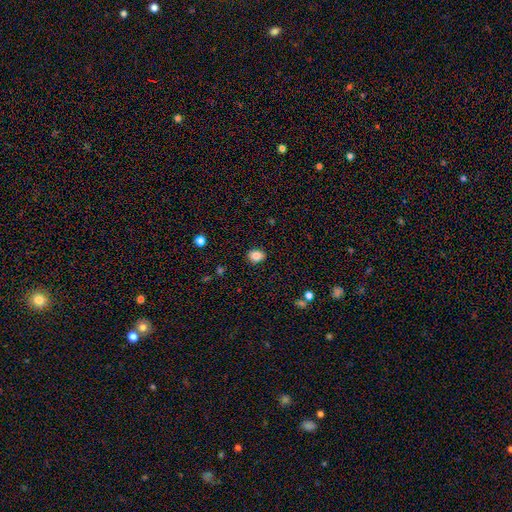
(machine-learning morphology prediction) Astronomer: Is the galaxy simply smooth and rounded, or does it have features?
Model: smooth — 84%.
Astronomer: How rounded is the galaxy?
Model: round — 53% (runner-up: in between, 46%).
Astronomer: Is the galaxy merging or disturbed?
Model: none — 89%.